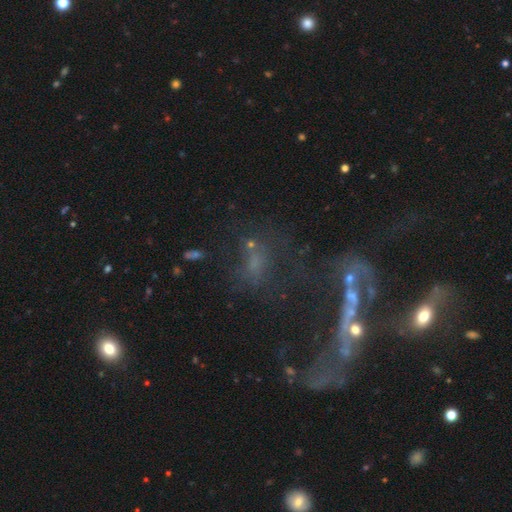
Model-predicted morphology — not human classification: This appears to be a featured or disk galaxy (38%). Merging: none (37%).